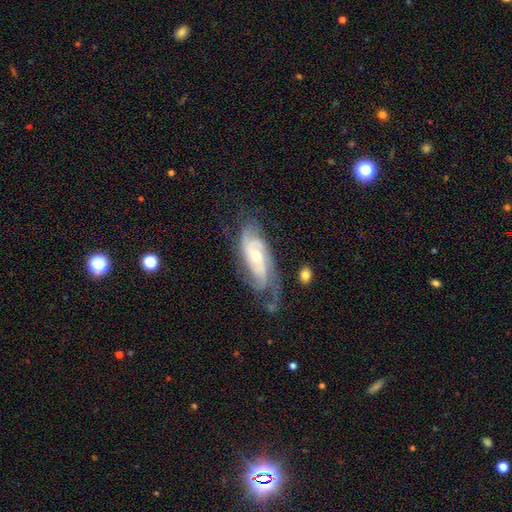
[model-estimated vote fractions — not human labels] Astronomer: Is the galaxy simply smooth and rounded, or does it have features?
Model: featured or disk — 84%.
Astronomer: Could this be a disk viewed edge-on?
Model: no — 92%.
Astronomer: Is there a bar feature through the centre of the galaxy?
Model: no — 61%.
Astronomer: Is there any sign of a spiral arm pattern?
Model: yes — 96%.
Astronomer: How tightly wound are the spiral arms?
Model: tight — 52% (runner-up: medium, 36%).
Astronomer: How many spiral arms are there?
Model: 2 — 30% (runner-up: 3, 28%).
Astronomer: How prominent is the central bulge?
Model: moderate — 55% (runner-up: small, 39%).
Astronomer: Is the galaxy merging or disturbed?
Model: none — 58%.